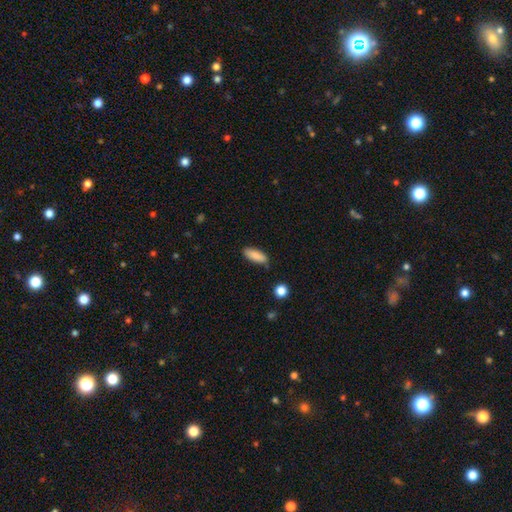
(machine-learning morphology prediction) This is clearly a smooth galaxy (88%). How rounded: likely in between (65%). Merging: clearly none (83%).